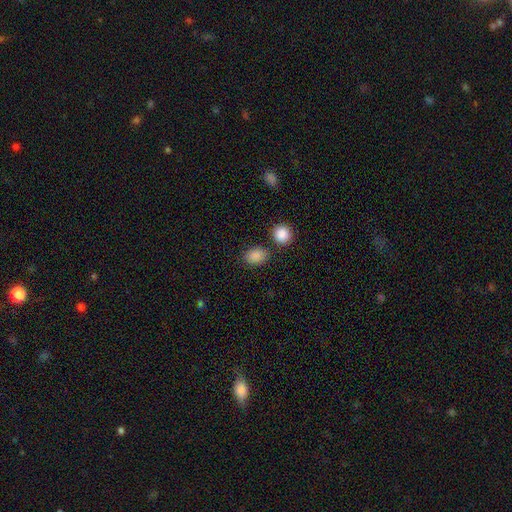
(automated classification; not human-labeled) Overall: smooth (87%). How rounded: in between (67%; round 32%). Merging: none (77%).